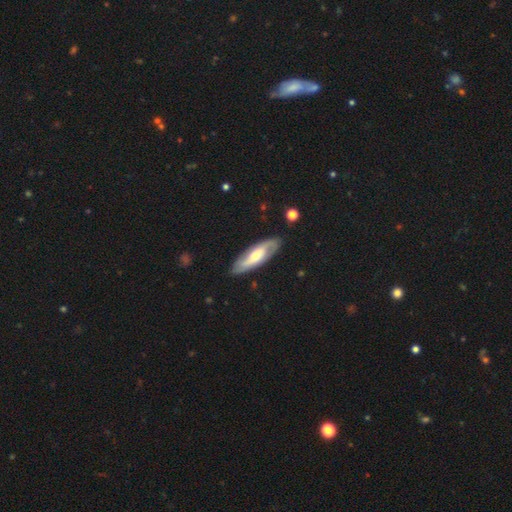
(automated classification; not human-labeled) Smooth or featured: featured or disk — 61% (smooth — 34%)
Edge-on disk: no — 77% (yes — 23%)
Merging: none — 85% (minor disturbance — 11%)